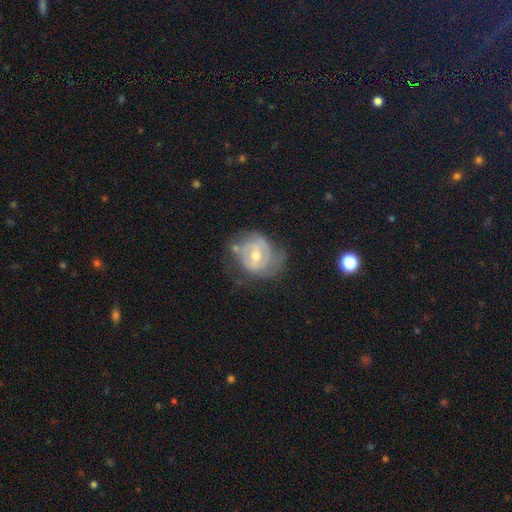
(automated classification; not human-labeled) smooth_or_featured: featured or disk (p=0.73) [alt: smooth p=0.19]
disk_edge_on: no (p=0.97) [alt: yes p=0.03]
bar: weak (p=0.47) [alt: no p=0.38]
has_spiral_arms: yes (p=0.76) [alt: no p=0.24]
spiral_winding: tight (p=0.57) [alt: medium p=0.31]
spiral_arm_count: can't tell (p=0.40) [alt: 2 p=0.39]
bulge_size: moderate (p=0.62) [alt: small p=0.33]
merging: none (p=0.55) [alt: minor disturbance p=0.26]